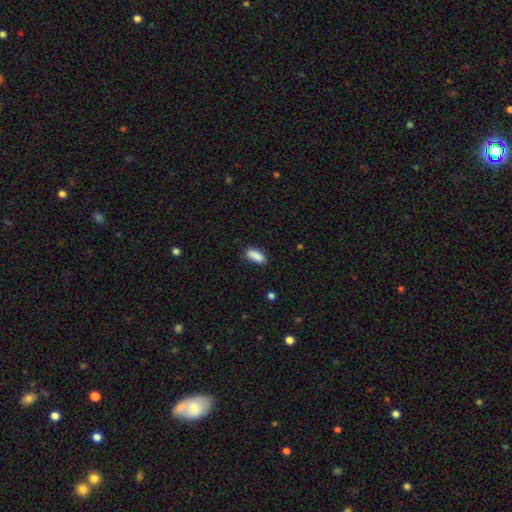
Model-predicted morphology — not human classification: smooth 88%, star or artifact 7%, featured or disk 5%. Down the decision tree: how rounded — in between (77%); merging — none (78%).